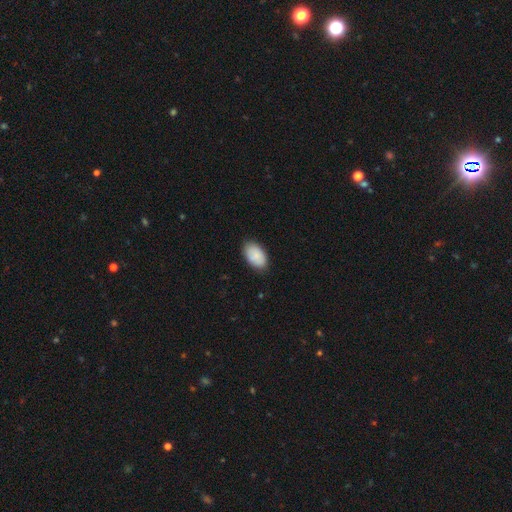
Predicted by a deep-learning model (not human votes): Smooth or featured? Predicted: smooth (p=0.85). How rounded? Predicted: in between (p=0.94). Merging? Predicted: none (p=0.83).